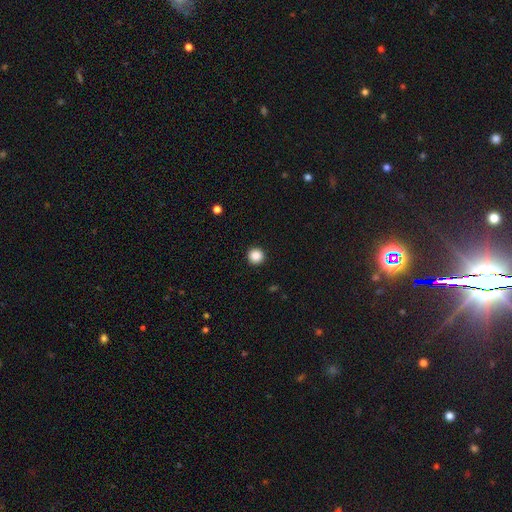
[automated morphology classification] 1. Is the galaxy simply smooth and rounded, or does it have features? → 88% smooth, 10% star or artifact, 3% featured or disk.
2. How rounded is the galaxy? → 96% round, 3% in between, 1% cigar-shaped.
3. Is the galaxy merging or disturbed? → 94% none, 4% minor disturbance, 1% major disturbance, 1% merger.